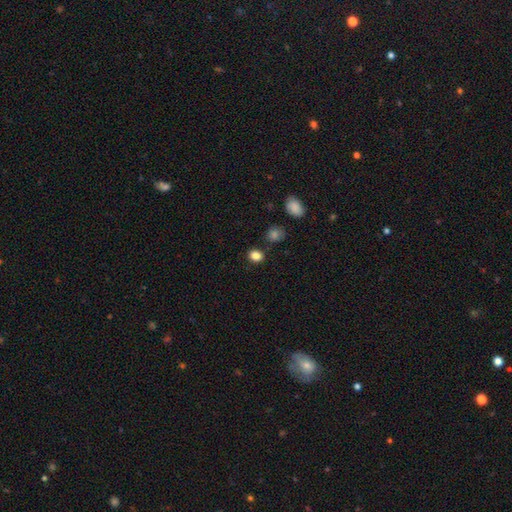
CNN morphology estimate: Smooth or featured: smooth — 84% (star or artifact — 11%)
How rounded: round — 50% (in between — 48%)
Merging: none — 84% (minor disturbance — 10%)